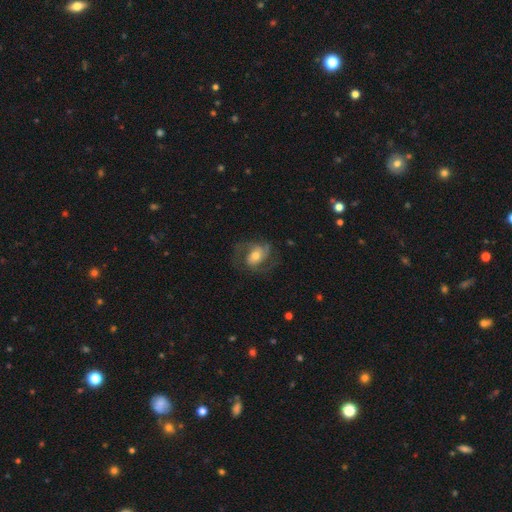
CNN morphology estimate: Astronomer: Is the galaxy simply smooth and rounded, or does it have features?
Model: featured or disk — 77%.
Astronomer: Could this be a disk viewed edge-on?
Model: no — 97%.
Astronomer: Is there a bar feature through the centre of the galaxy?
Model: no — 57%.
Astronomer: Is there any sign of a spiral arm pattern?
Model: yes — 93%.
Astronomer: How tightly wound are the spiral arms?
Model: medium — 51%.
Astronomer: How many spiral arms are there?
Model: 2 — 56%.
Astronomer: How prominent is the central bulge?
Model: moderate — 65%.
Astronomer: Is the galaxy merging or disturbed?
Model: none — 62%.